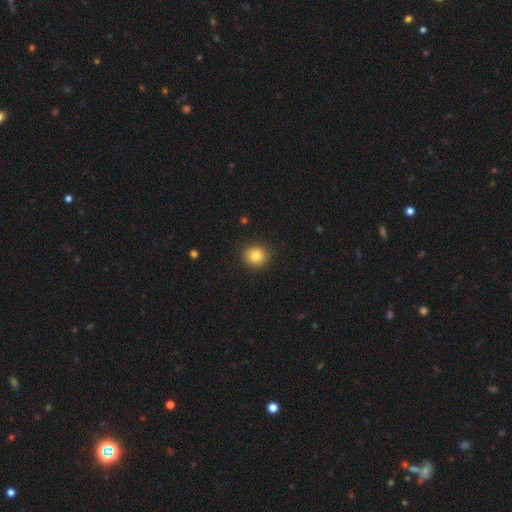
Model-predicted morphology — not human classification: This appears to be a smooth galaxy with no disk features (82%) that is round (88%). Merging: none (90%).